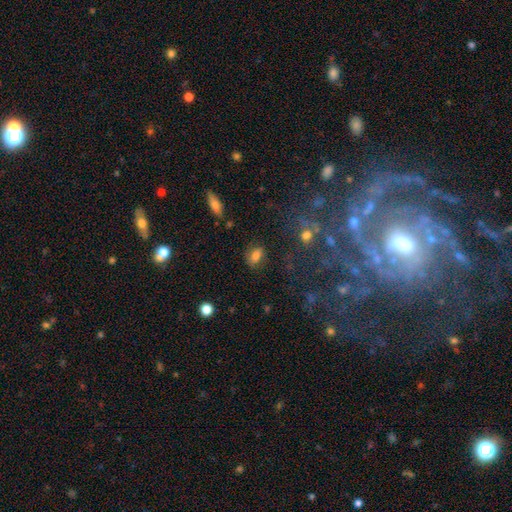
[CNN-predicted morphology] type=smooth (75%); roundness=in between (80%); merging=none (79%).